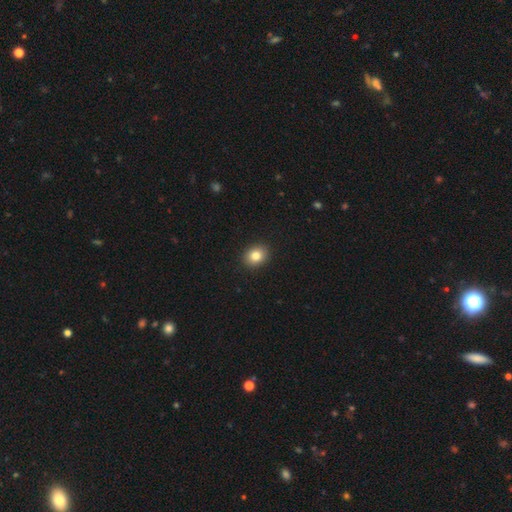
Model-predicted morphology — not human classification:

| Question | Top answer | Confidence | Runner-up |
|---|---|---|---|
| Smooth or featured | smooth | 83% | star or artifact (10%) |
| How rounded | round | 52% | in between (47%) |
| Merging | none | 91% | minor disturbance (6%) |